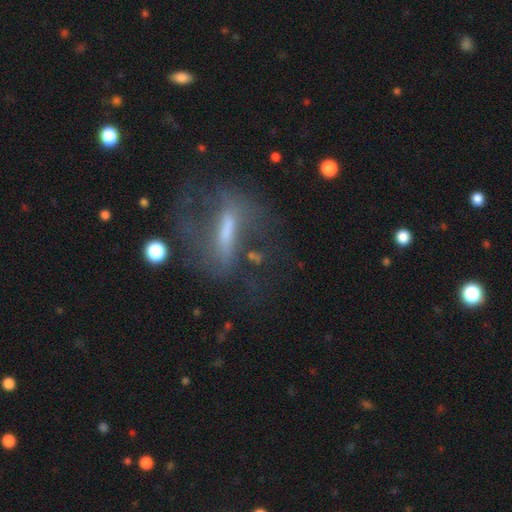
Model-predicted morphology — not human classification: Overall: featured or disk (65%). Edge-on disk: no (79%). Bar: strong (61%; weak 26%). Spiral arms: yes (63%; no 37%). Bulge size: moderate (33%; small 32%). Merging: none (52%; major disturbance 26%).